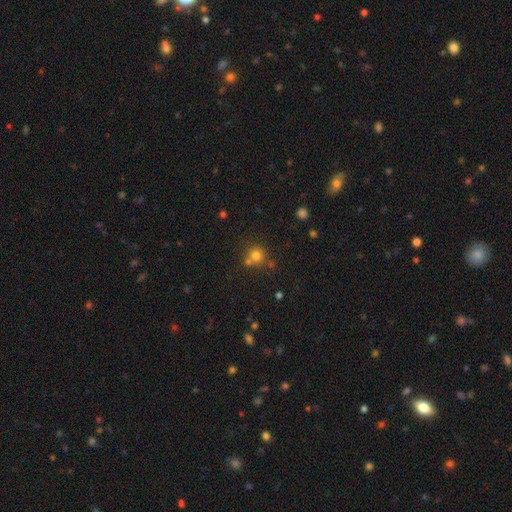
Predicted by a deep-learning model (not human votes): Morphology: type=smooth (74%); roundness=round (91%); merging=none (63%).